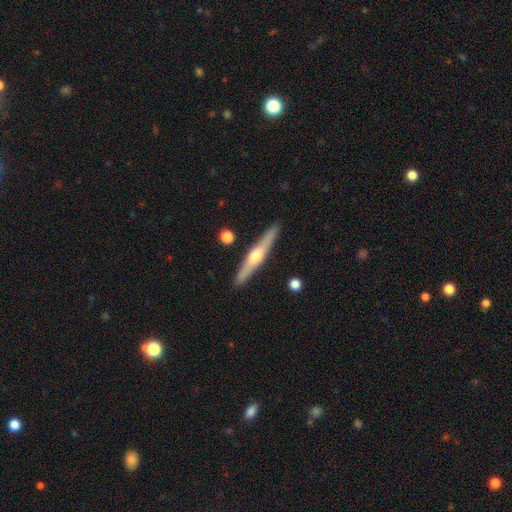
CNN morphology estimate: The model was most divided on "smooth or featured": featured or disk: 65%, smooth: 29%, star or artifact: 5%. More confident: edge-on disk — yes (97%); edge-on bulge — rounded (92%); merging — none (90%).